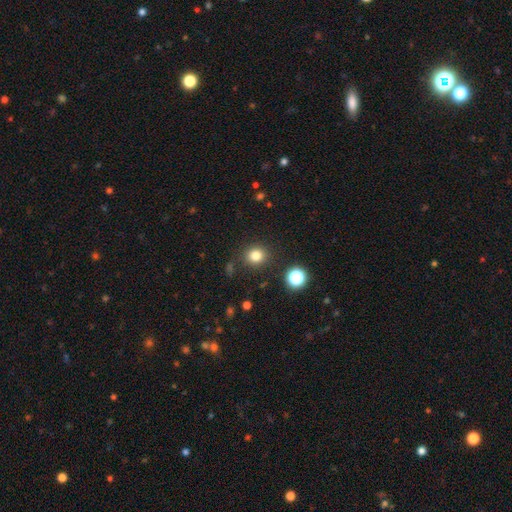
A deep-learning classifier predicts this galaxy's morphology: This appears to be a smooth galaxy with no disk features (80%) that is round (84%). Merging: none (86%).